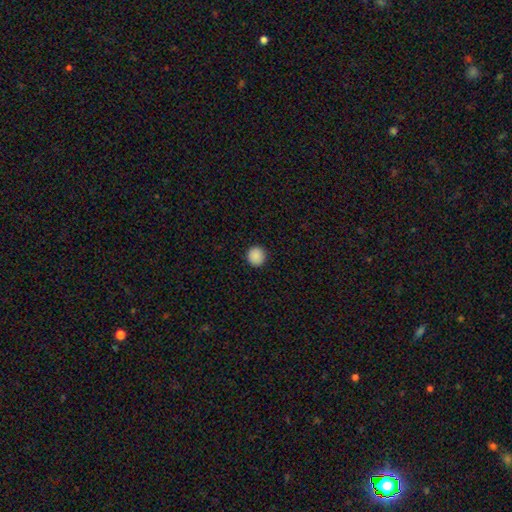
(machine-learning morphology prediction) Overall: smooth (89%). How rounded: round (94%). Merging: none (93%).